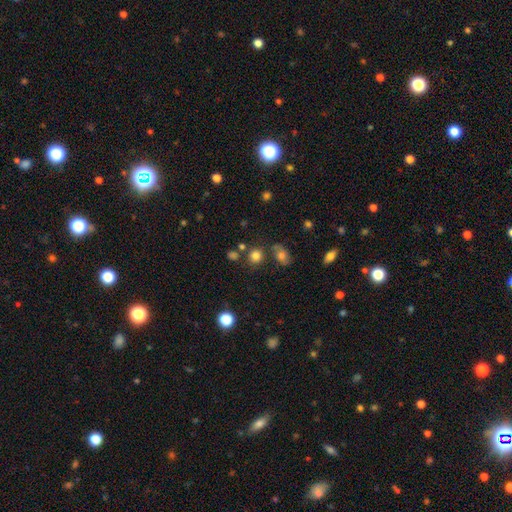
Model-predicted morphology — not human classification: smooth-or-featured: smooth: 79% | star or artifact: 15% | featured or disk: 6%
  how-rounded: round: 86% | in between: 13% | cigar-shaped: 1%
  merging: none: 73% | merger: 12% | minor disturbance: 11% | major disturbance: 4%